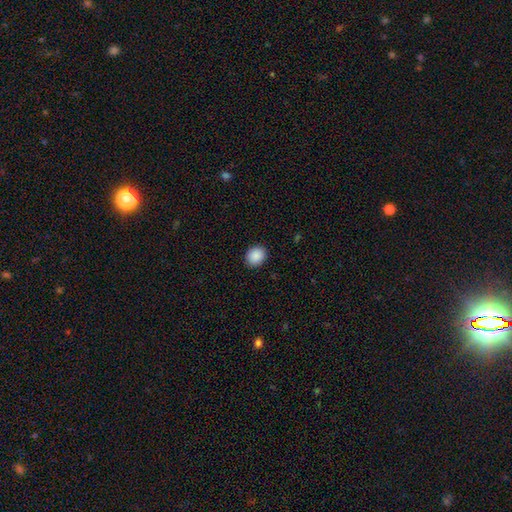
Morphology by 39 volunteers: smooth-or-featured: smooth: 90% | featured or disk: 8% | star or artifact: 3%
  how-rounded: round: 57% | in between: 43% | cigar-shaped: 0%
  merging: none: 89% | minor disturbance: 8% | major disturbance: 3% | merger: 0%